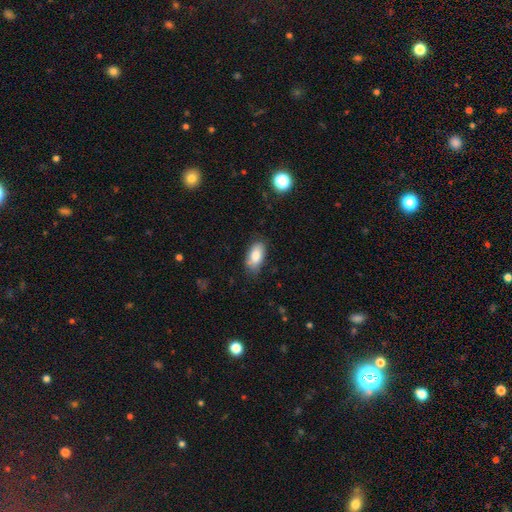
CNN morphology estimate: This is clearly a smooth galaxy (83%). How rounded: clearly in between (92%). Merging: likely none (70%).